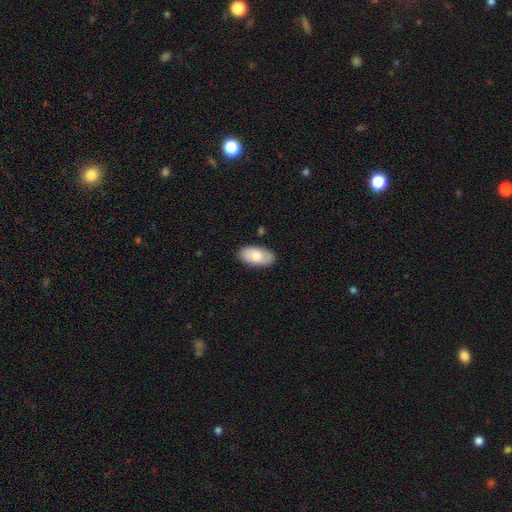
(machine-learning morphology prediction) This is likely a smooth galaxy (76%). How rounded: clearly in between (95%). Merging: clearly none (85%).